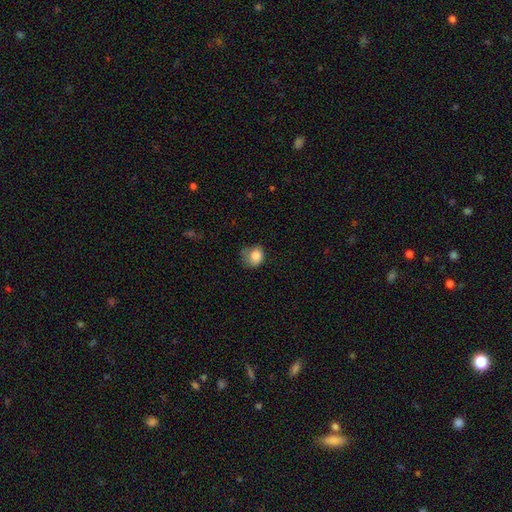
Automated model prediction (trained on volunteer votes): Q: Smooth or featured?
A: smooth (82%); runner-up: featured or disk (9%)
Q: How rounded?
A: round (62%); runner-up: in between (37%)
Q: Merging?
A: none (41%); runner-up: minor disturbance (37%)